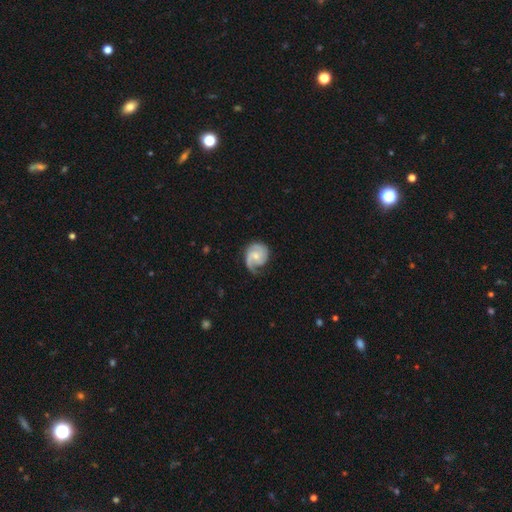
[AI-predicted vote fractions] Smooth or featured: featured or disk — 82% (smooth — 13%)
Edge-on disk: no — 98% (yes — 2%)
Bar: no — 60% (weak — 34%)
Spiral arms: yes — 97% (no — 3%)
Spiral winding: medium — 43% (tight — 42%)
Spiral arm count: 2 — 64% (1 — 15%)
Bulge size: small — 53% (moderate — 39%)
Merging: none — 61% (minor disturbance — 25%)